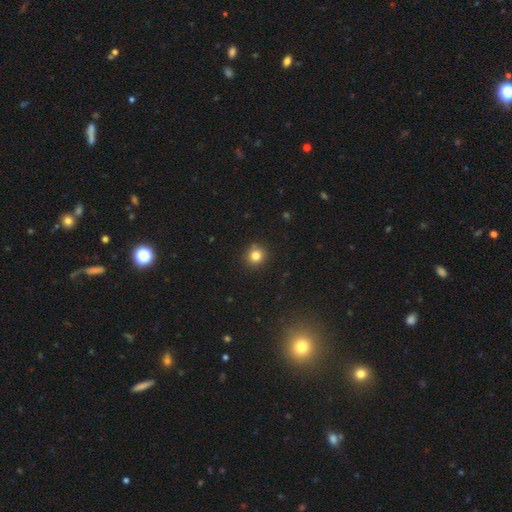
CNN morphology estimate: Smooth or featured: smooth — 83% (star or artifact — 12%)
How rounded: round — 91% (in between — 9%)
Merging: none — 89% (minor disturbance — 8%)